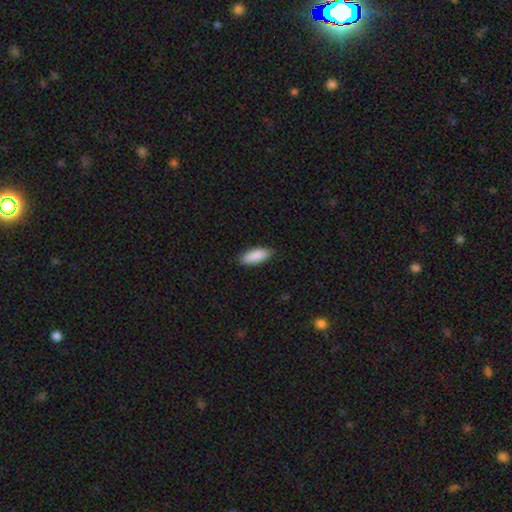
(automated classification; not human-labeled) Smooth or featured? Predicted: smooth (p=0.89). How rounded? Predicted: in between (p=0.76). Merging? Predicted: none (p=0.85).